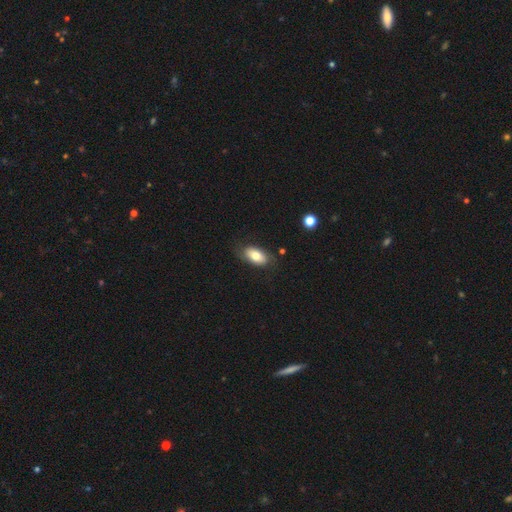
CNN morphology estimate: Smooth or featured? smooth (74%)
How rounded? in between (92%)
Merging? none (75%)